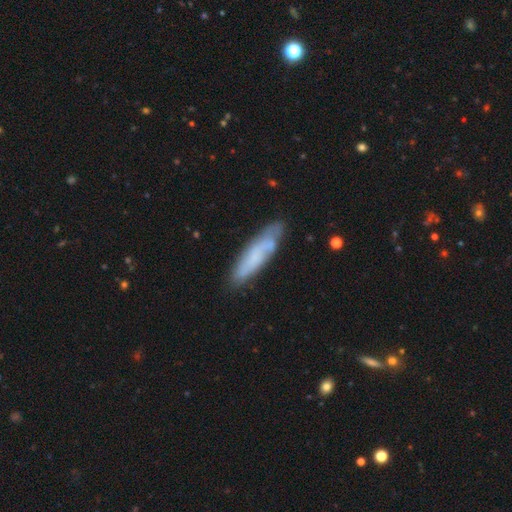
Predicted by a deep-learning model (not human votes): Morphology: type=smooth (56%); roundness=cigar-shaped (74%); merging=none (74%).